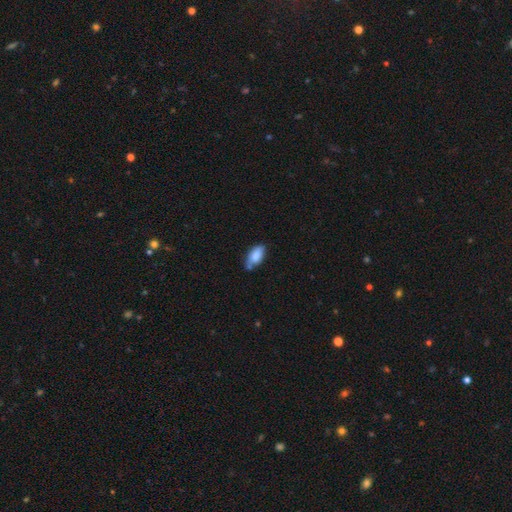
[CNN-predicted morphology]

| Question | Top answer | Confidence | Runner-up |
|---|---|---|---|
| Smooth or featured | smooth | 82% | featured or disk (11%) |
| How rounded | in between | 91% | cigar-shaped (6%) |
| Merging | none | 56% | minor disturbance (28%) |